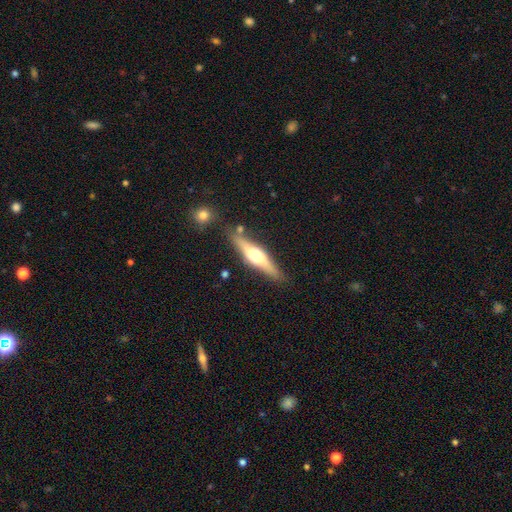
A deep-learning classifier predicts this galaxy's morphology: smooth-or-featured: featured or disk: 63% | smooth: 32% | star or artifact: 6%
  disk-edge-on: yes: 94% | no: 6%
    edge-on-bulge: rounded: 93% | boxy: 5% | none: 2%
  merging: none: 81% | minor disturbance: 11% | merger: 4% | major disturbance: 3%